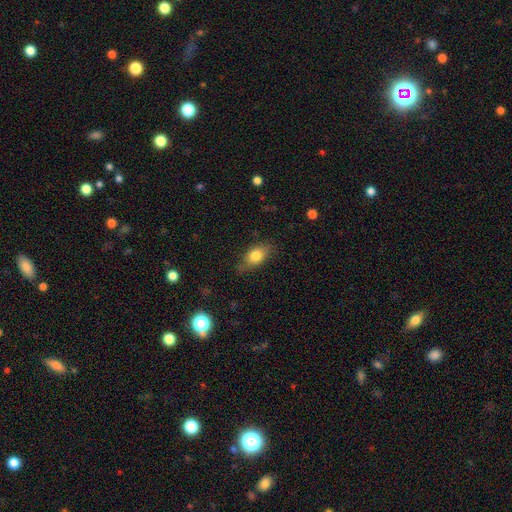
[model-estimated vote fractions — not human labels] A smooth galaxy with no disk features (77%) that is in between round and cigar-shaped (81%).

Vote fractions:
- Smooth or featured? smooth: 77% / featured or disk: 15% / star or artifact: 8%
- How rounded? in between: 81% / round: 13% / cigar-shaped: 6%
- Merging? none: 73% / minor disturbance: 21% / major disturbance: 5% / merger: 1%